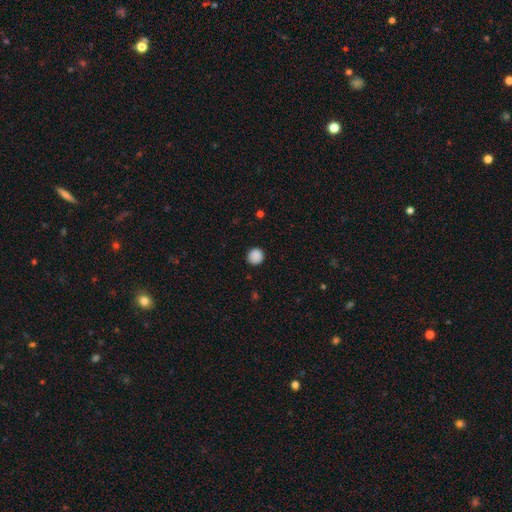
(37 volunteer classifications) A smooth galaxy with no disk features (86%) that is round (94%).

Vote fractions:
- Smooth or featured? smooth: 86% / featured or disk: 11% / star or artifact: 3%
- How rounded? round: 94% / in between: 6% / cigar-shaped: 0%
- Merging? none: 94% / minor disturbance: 3% / major disturbance: 3% / merger: 0%